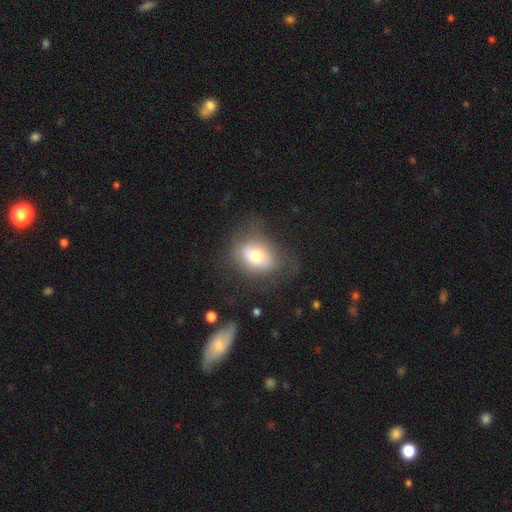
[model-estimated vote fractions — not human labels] A smooth galaxy with no disk features (64%) that is in between round and cigar-shaped (63%). Merging: none (57%).